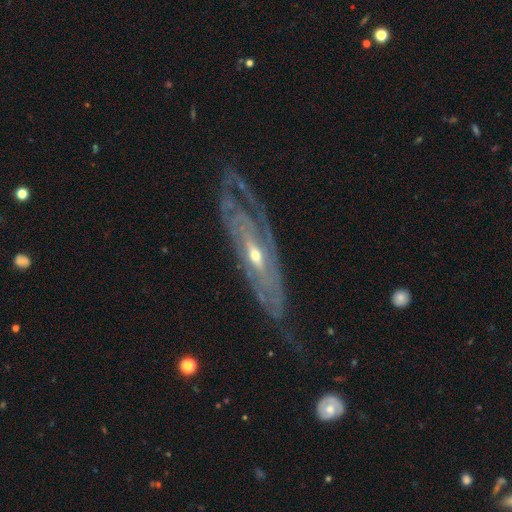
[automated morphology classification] This appears to be a featured or disk galaxy (87%) with no bar (48%), tight (67%) spiral arms (90%) and a small central bulge (57%). Merging: none (64%).